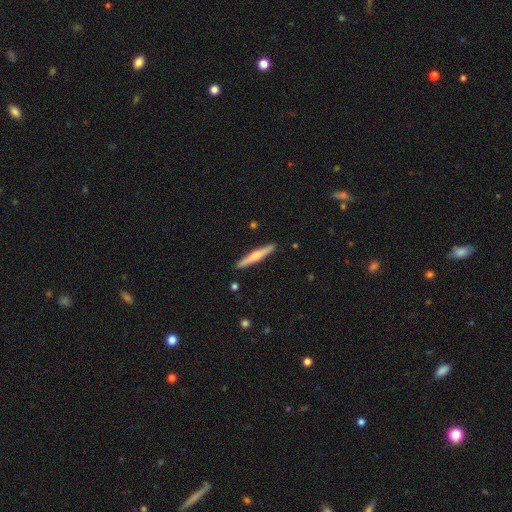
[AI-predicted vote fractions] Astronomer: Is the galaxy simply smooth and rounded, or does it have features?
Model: smooth — 49% (runner-up: featured or disk, 45%).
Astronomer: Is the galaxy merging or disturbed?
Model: none — 91%.